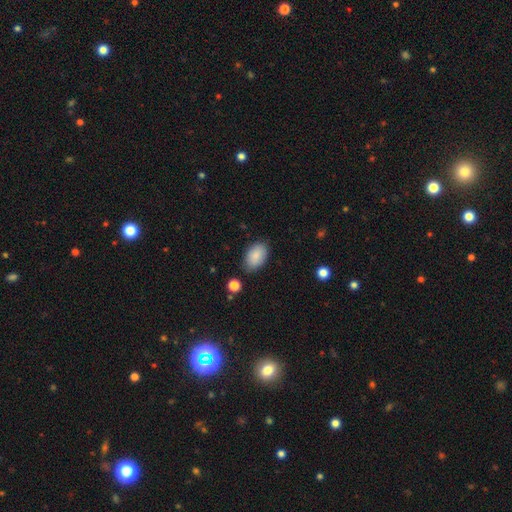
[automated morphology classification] Smooth or featured: smooth — 87% (featured or disk — 7%)
How rounded: in between — 92% (round — 6%)
Merging: none — 80% (minor disturbance — 14%)